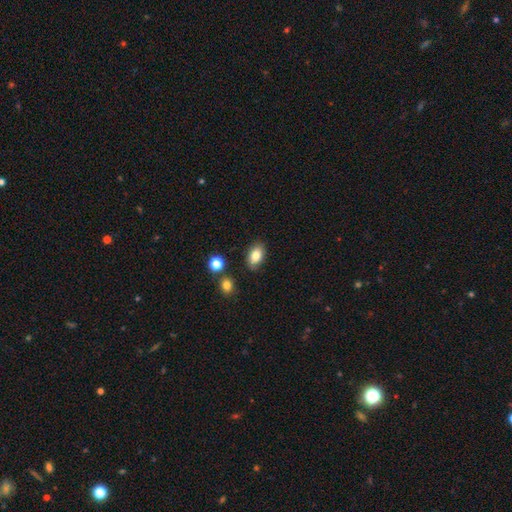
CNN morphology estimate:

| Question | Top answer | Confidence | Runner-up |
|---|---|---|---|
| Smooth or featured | smooth | 82% | featured or disk (9%) |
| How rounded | in between | 89% | round (9%) |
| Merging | none | 82% | minor disturbance (12%) |